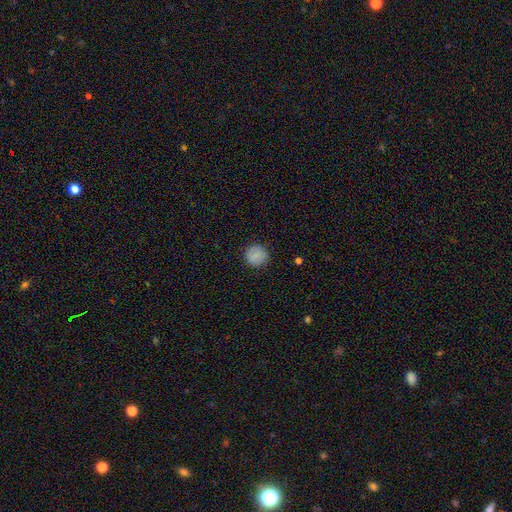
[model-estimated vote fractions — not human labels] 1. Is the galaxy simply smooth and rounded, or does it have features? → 86% smooth, 8% star or artifact, 6% featured or disk.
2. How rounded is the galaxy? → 93% round, 6% in between, 1% cigar-shaped.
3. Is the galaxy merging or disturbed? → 89% none, 8% minor disturbance, 2% major disturbance, 1% merger.